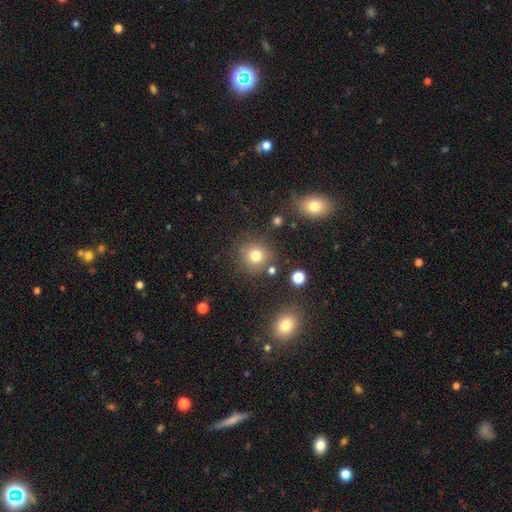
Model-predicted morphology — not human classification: Smooth or featured? smooth (78%)
How rounded? round (90%)
Merging? none (79%)